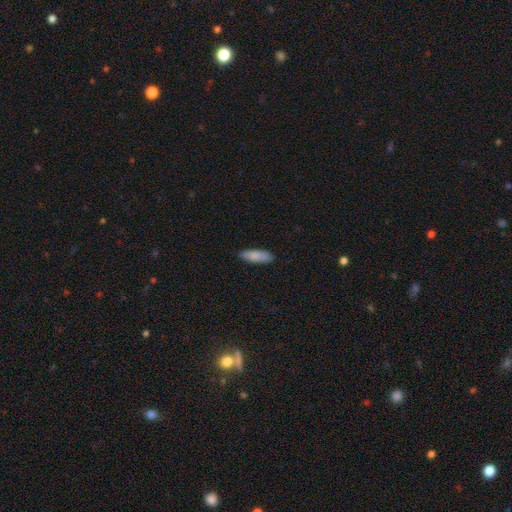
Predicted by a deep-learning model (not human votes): Smooth or featured?
  - smooth: 85% *
  - featured or disk: 9%
  - star or artifact: 5%
How rounded?
  - in between: 57% *
  - cigar-shaped: 42%
  - round: 2%
Merging?
  - none: 84% *
  - minor disturbance: 13%
  - major disturbance: 2%
  - merger: 1%